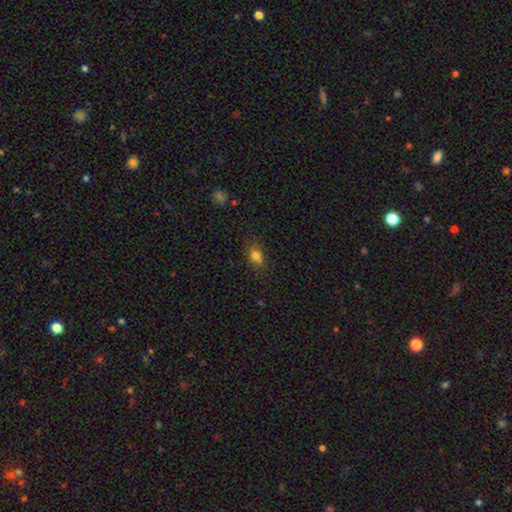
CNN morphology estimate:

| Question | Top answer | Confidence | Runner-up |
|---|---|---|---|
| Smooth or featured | smooth | 77% | star or artifact (14%) |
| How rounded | in between | 67% | round (31%) |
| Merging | none | 69% | minor disturbance (19%) |